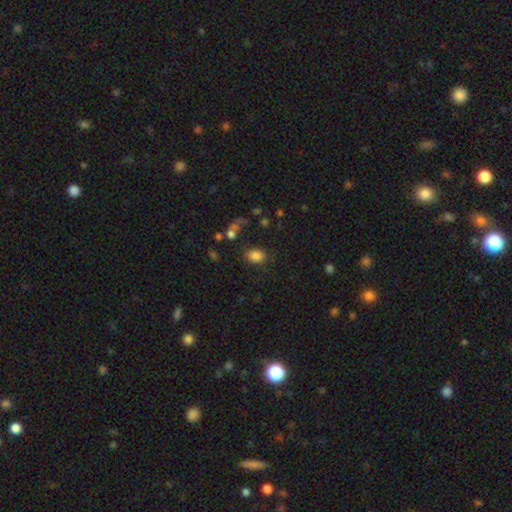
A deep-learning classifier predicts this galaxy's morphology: A smooth galaxy with no disk features (81%) that is in between round and cigar-shaped (69%).

Vote fractions:
- Smooth or featured? smooth: 81% / star or artifact: 12% / featured or disk: 7%
- How rounded? in between: 69% / round: 30% / cigar-shaped: 1%
- Merging? none: 69% / minor disturbance: 16% / major disturbance: 9% / merger: 6%